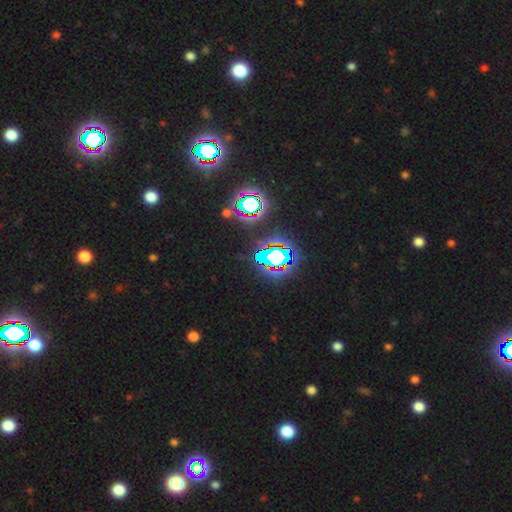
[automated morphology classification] Smooth or featured? star or artifact (82%)